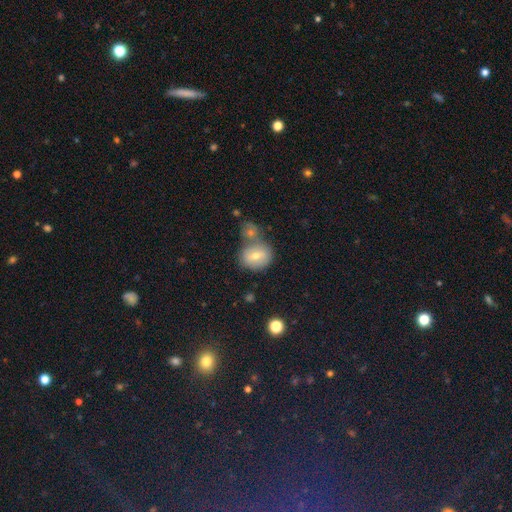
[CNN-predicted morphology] A smooth galaxy with no disk features (68%) that is round (66%). Merging: none (49%).